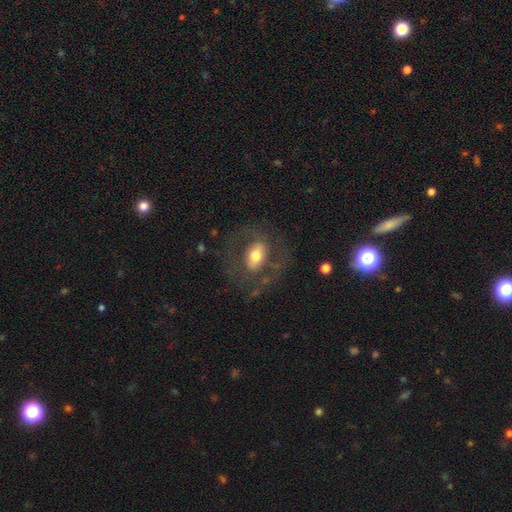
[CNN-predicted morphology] type=featured or disk (55%); edge-on=no (93%); bar=no (38%); spiral arms=yes (52%); bulge=moderate (64%); merging=none (62%).